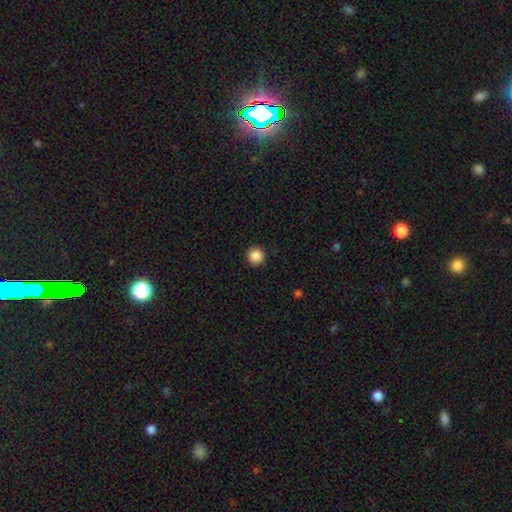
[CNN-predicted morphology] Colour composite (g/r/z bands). It shows a smooth galaxy with no disk features (88%) that is round (95%). Merging: none (92%).